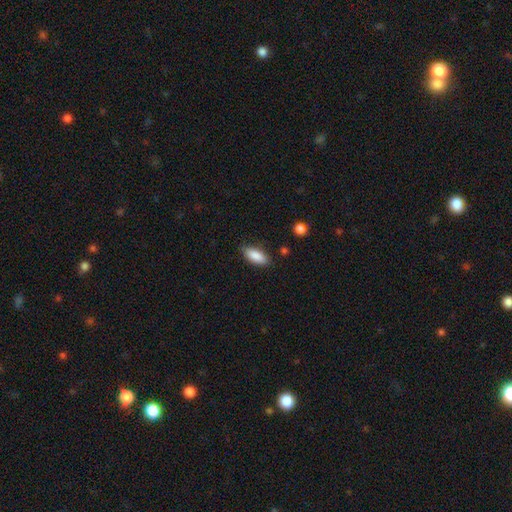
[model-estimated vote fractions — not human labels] Smooth or featured: smooth — 88% (star or artifact — 6%)
How rounded: in between — 83% (cigar-shaped — 15%)
Merging: none — 83% (minor disturbance — 13%)